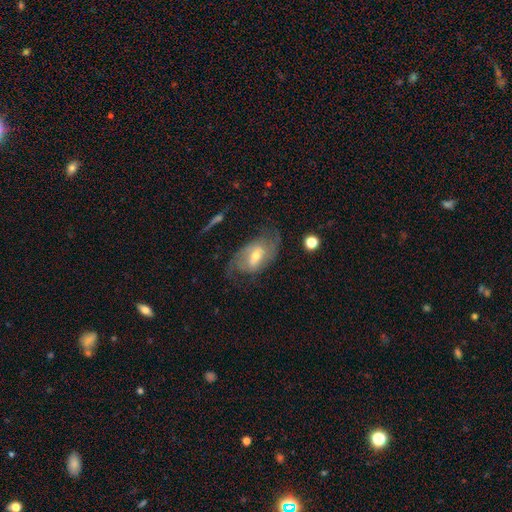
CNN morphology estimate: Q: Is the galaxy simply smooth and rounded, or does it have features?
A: featured or disk — 74%.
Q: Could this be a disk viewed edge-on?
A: no — 95%.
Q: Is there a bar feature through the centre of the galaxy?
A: weak — 50%.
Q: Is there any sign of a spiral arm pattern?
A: yes — 90%.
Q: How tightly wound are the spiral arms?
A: medium — 45%.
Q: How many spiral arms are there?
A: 2 — 77%.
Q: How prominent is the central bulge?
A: moderate — 57%.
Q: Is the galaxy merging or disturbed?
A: none — 61%.